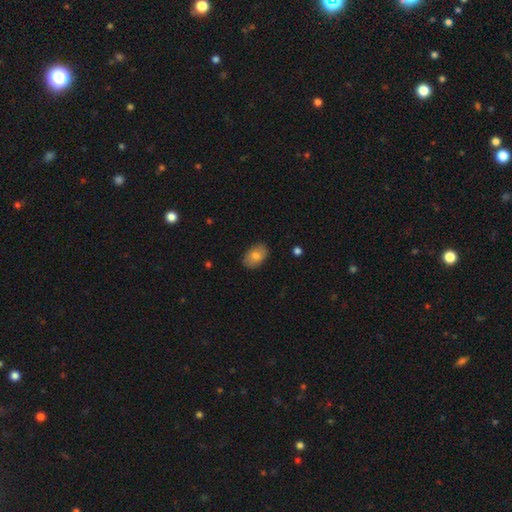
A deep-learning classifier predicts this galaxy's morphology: This appears to be a smooth galaxy with no disk features (80%) that is in between round and cigar-shaped (87%). Merging: none (86%).